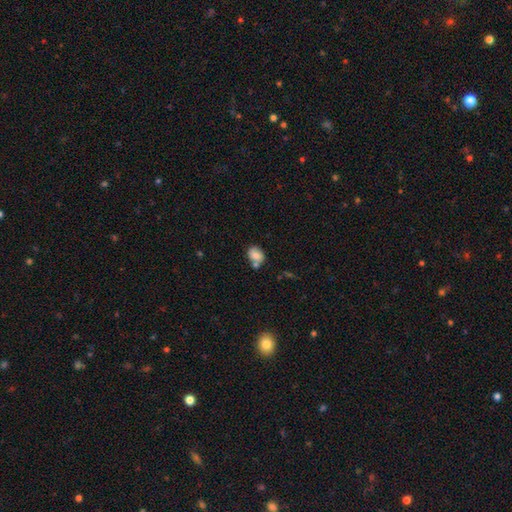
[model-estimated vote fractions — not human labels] This is likely a smooth galaxy (75%). How rounded: likely in between (60%). Merging: possibly none (56%).